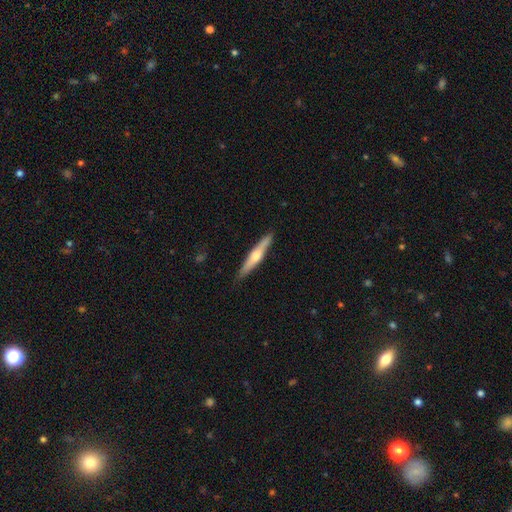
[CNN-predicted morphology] This is possibly a featured or disk galaxy (57%). It is clearly viewed edge-on (96%). Edge-on bulge: clearly rounded (86%). Merging: clearly none (88%).